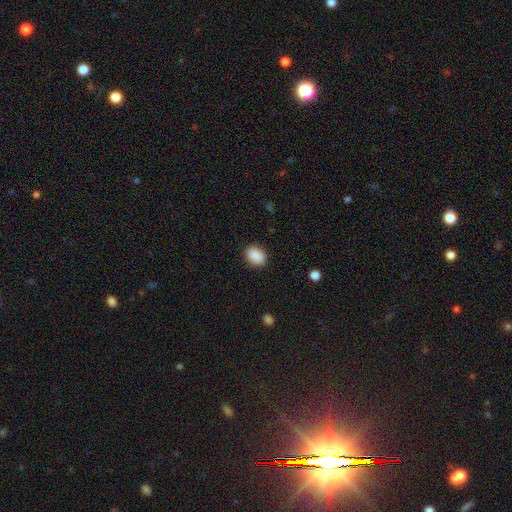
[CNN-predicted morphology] Overall: smooth (89%). How rounded: in between (70%). Merging: none (88%).